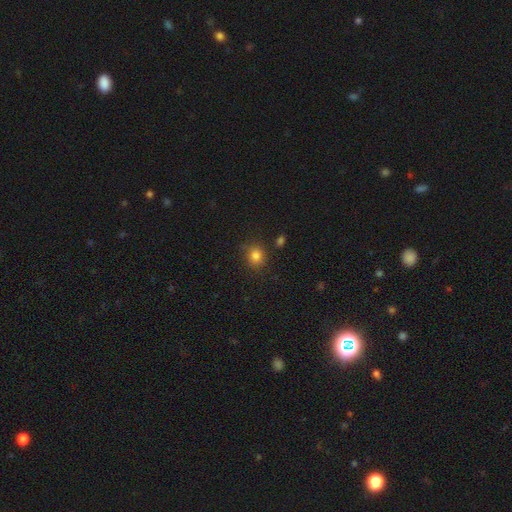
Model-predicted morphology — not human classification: Overall: smooth (82%). How rounded: round (79%). Merging: none (81%).